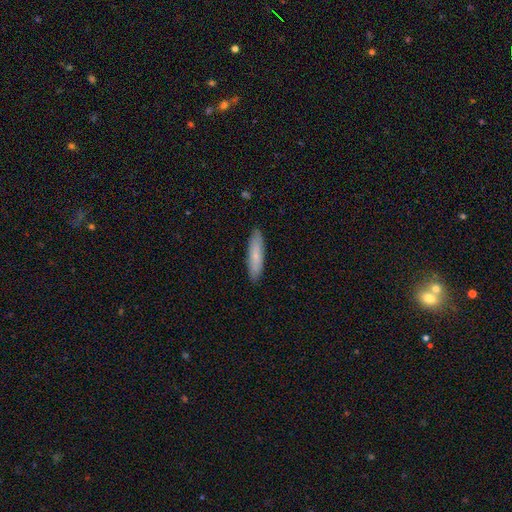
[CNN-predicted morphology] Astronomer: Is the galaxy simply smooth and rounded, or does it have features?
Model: smooth — 72%.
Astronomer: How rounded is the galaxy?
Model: cigar-shaped — 76%.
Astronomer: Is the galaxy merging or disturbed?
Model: none — 89%.